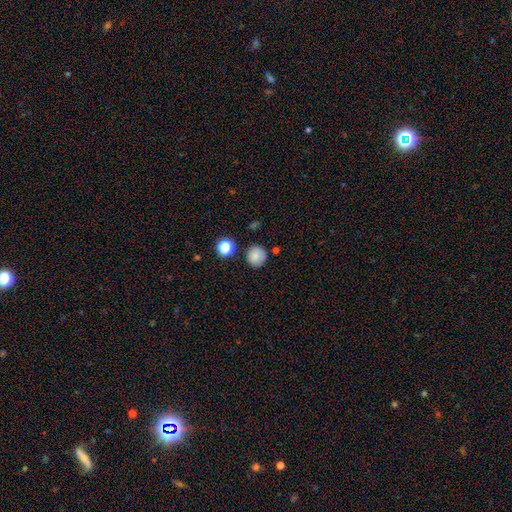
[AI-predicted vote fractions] Q: Smooth or featured?
A: smooth (83%); runner-up: star or artifact (11%)
Q: How rounded?
A: round (90%); runner-up: in between (9%)
Q: Merging?
A: none (82%); runner-up: minor disturbance (11%)